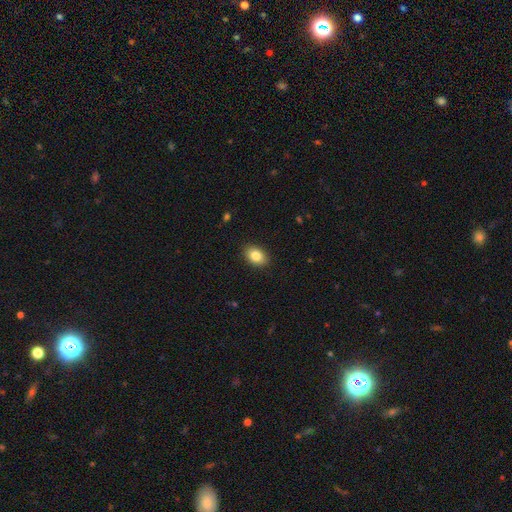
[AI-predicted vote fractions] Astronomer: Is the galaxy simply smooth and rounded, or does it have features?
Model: smooth — 85%.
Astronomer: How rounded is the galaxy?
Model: in between — 83%.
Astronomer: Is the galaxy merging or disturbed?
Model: none — 89%.